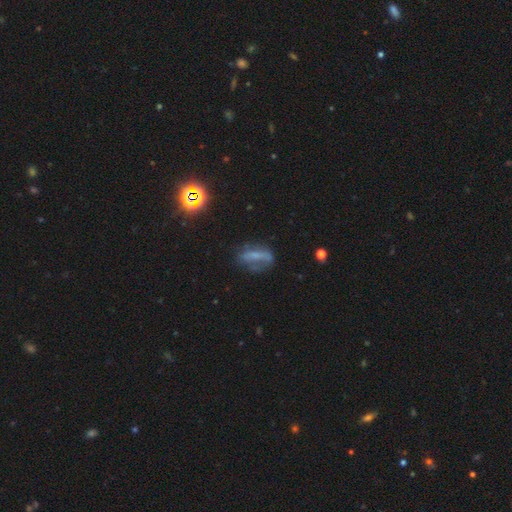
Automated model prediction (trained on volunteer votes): Smooth or featured? featured or disk (44%)
Merging? none (51%)